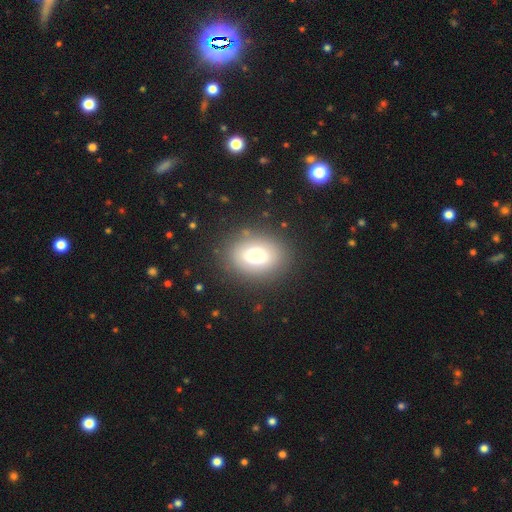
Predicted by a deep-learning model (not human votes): Overall: smooth (74%). How rounded: in between (59%; round 40%). Merging: none (83%).